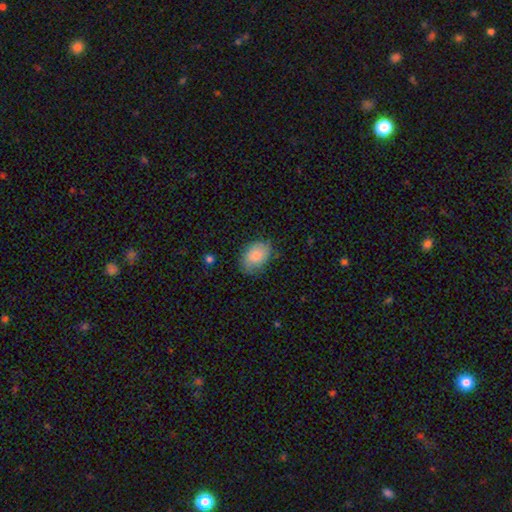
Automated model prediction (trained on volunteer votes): Overall: smooth (82%). How rounded: in between (84%). Merging: none (70%).